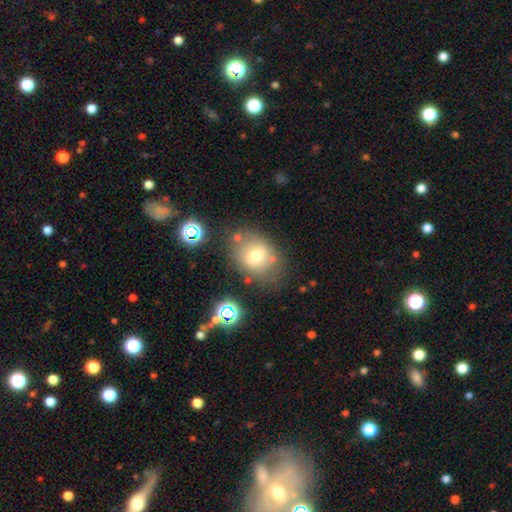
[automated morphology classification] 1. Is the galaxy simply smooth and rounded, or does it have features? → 64% smooth, 23% featured or disk, 14% star or artifact.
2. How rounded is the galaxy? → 54% in between, 45% round, 1% cigar-shaped.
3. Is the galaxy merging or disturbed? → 64% none, 18% minor disturbance, 10% merger, 8% major disturbance.